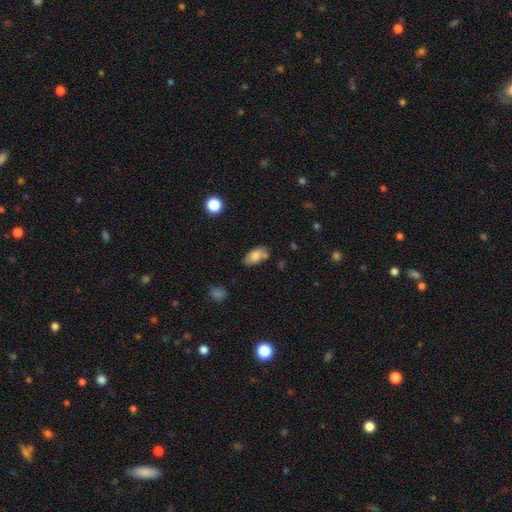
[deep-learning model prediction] Smooth or featured?
  - smooth: 80% *
  - featured or disk: 13%
  - star or artifact: 8%
How rounded?
  - in between: 92% *
  - round: 4%
  - cigar-shaped: 3%
Merging?
  - none: 71% *
  - minor disturbance: 17%
  - merger: 8%
  - major disturbance: 3%